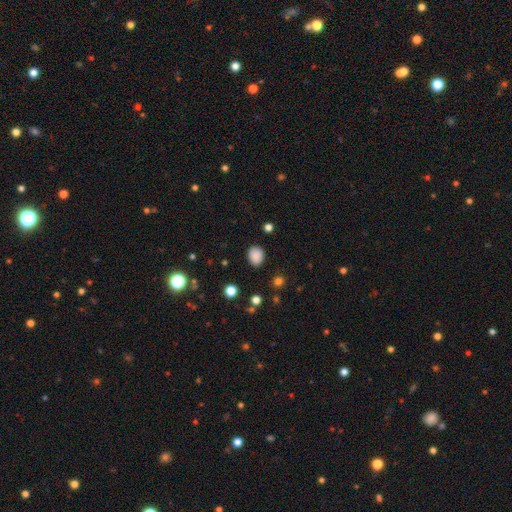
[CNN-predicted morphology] type=smooth (86%); roundness=in between (50%); merging=none (86%).